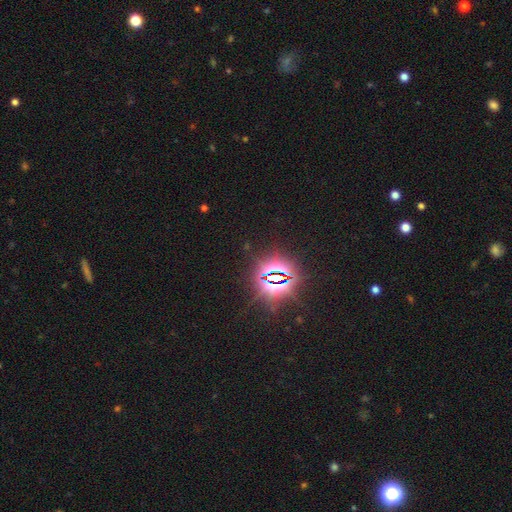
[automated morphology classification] The model was most divided on "smooth or featured": star or artifact: 84%, smooth: 9%, featured or disk: 7%.